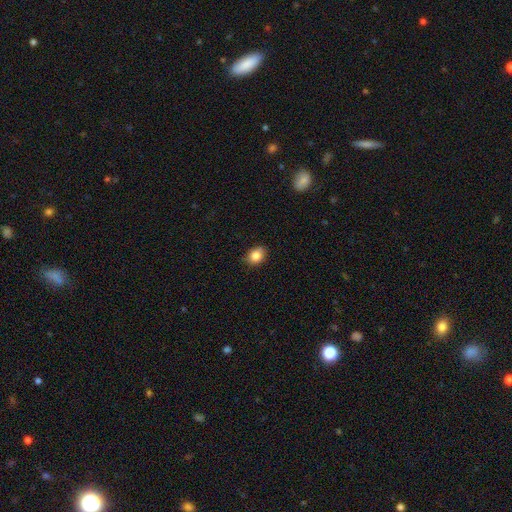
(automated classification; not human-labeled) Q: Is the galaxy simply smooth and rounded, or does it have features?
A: smooth — 84%.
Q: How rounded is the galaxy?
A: in between — 62%.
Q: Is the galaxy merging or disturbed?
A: none — 86%.